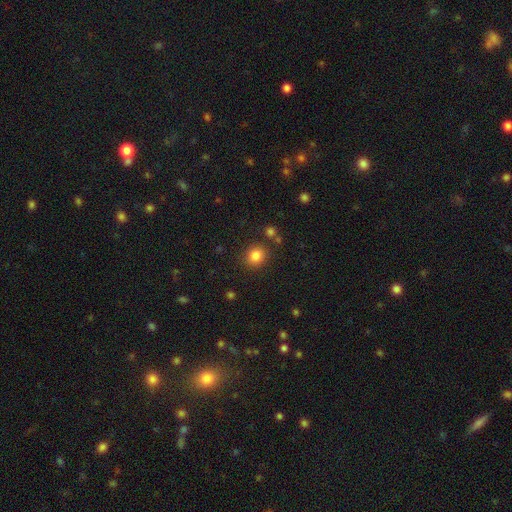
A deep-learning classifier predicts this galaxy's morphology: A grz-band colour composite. It shows a smooth galaxy with no disk features (84%) that is round (83%). Merging: none (85%).